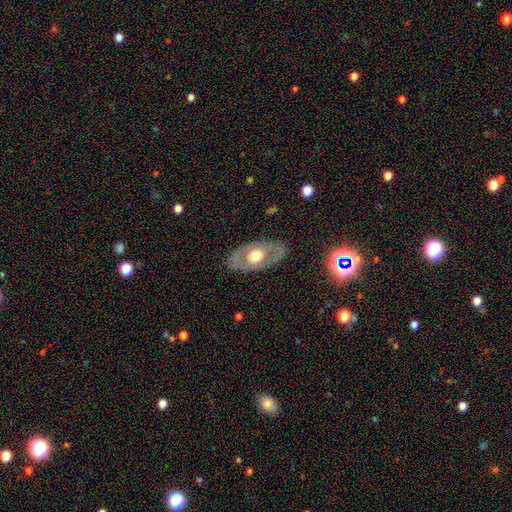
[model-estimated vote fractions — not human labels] A featured or disk galaxy (57%). Merging: none (82%).